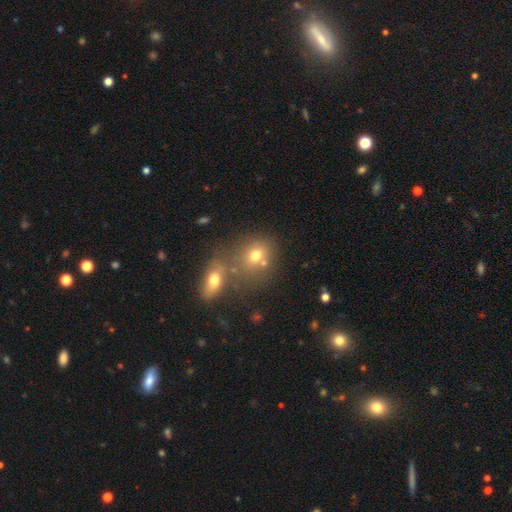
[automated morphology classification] Smooth or featured?
  - smooth: 70% *
  - star or artifact: 15%
  - featured or disk: 15%
How rounded?
  - round: 59% *
  - in between: 40%
  - cigar-shaped: 1%
Merging?
  - none: 46% *
  - merger: 37%
  - minor disturbance: 11%
  - major disturbance: 6%